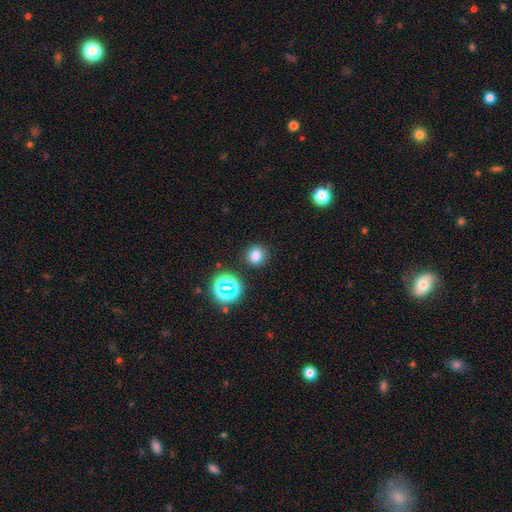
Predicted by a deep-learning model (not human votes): smooth 76%, star or artifact 19%, featured or disk 6%. Down the decision tree: how rounded — round (88%); merging — none (88%).